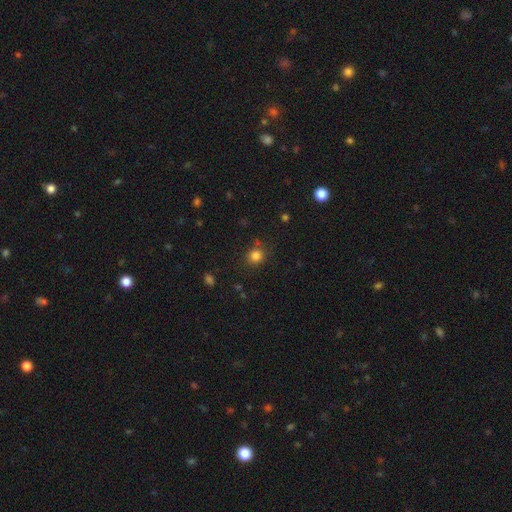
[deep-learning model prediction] Overall: smooth (82%). How rounded: round (87%). Merging: none (83%).